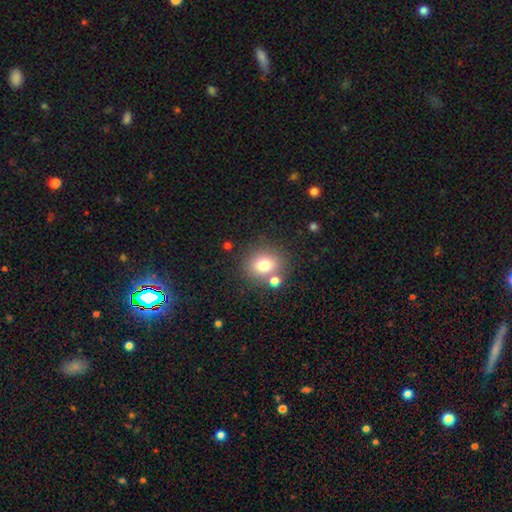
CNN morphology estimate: type=smooth (73%); roundness=round (68%); merging=none (73%).